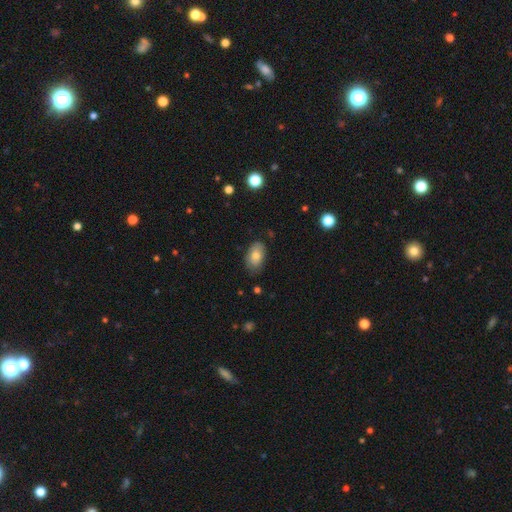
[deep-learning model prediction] Smooth or featured? smooth (78%)
How rounded? in between (92%)
Merging? none (76%)